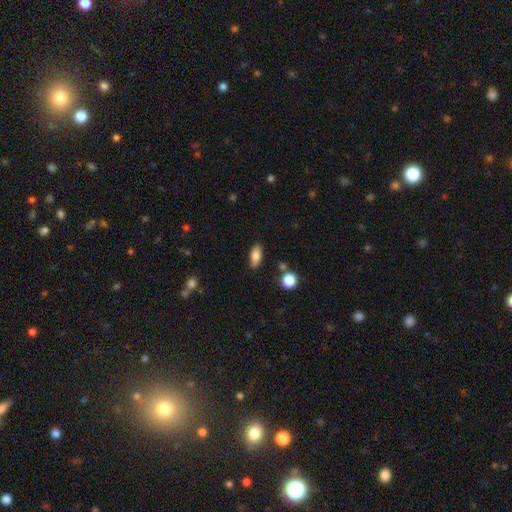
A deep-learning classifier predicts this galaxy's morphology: Smooth or featured? Predicted: smooth (p=0.83). How rounded? Predicted: in between (p=0.83). Merging? Predicted: none (p=0.85).